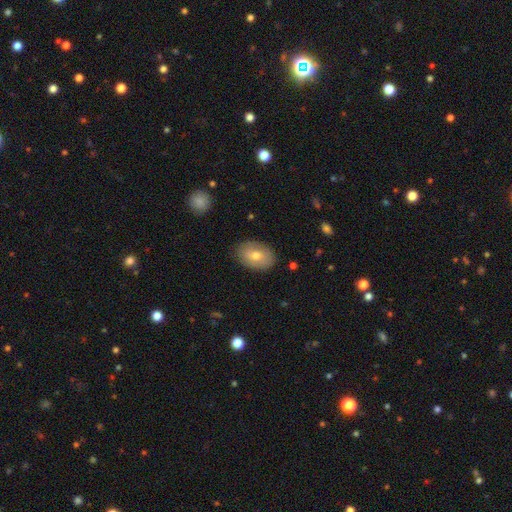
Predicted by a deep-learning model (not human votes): Smooth or featured? smooth (65%)
How rounded? in between (84%)
Merging? none (84%)